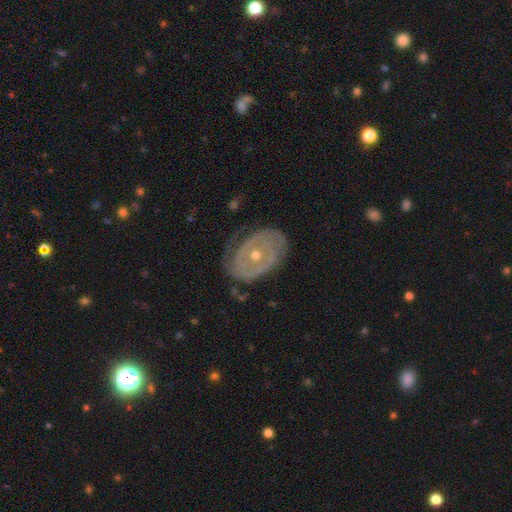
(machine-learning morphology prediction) Smooth or featured: featured or disk — 78% (smooth — 16%)
Edge-on disk: no — 94% (yes — 6%)
Bar: no — 78% (weak — 16%)
Spiral arms: yes — 63% (no — 37%)
Bulge size: moderate — 49% (small — 48%)
Merging: none — 69% (minor disturbance — 21%)